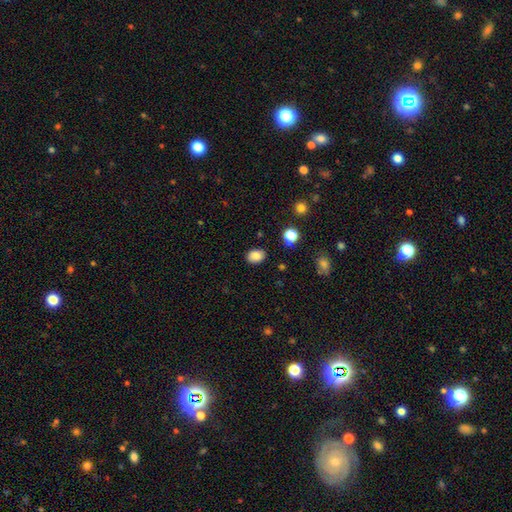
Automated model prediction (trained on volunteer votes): Overall: smooth (85%). How rounded: in between (68%; round 31%). Merging: none (87%).